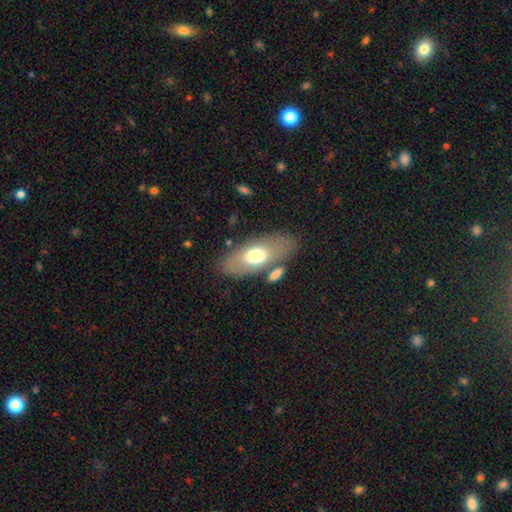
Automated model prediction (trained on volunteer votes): smooth_or_featured: smooth (p=0.62) [alt: featured or disk p=0.31]
how_rounded: in between (p=0.86) [alt: cigar-shaped p=0.10]
merging: none (p=0.71) [alt: minor disturbance p=0.13]